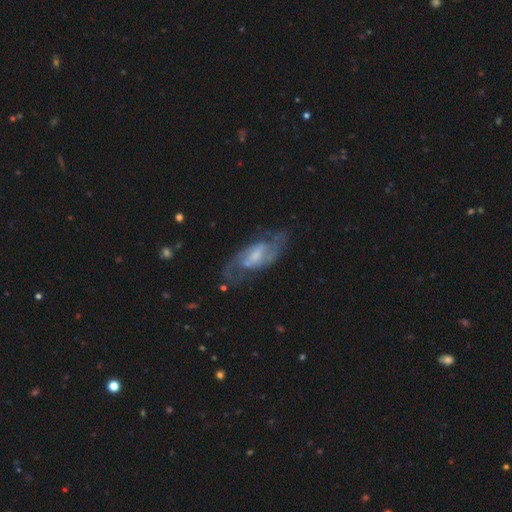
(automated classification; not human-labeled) Smooth or featured: featured or disk — 80% (smooth — 14%)
Edge-on disk: no — 93% (yes — 7%)
Bar: weak — 52% (no — 28%)
Spiral arms: yes — 87% (no — 13%)
Spiral winding: medium — 49% (loose — 32%)
Spiral arm count: 2 — 81% (can't tell — 12%)
Bulge size: small — 39% (moderate — 34%)
Merging: none — 65% (minor disturbance — 19%)